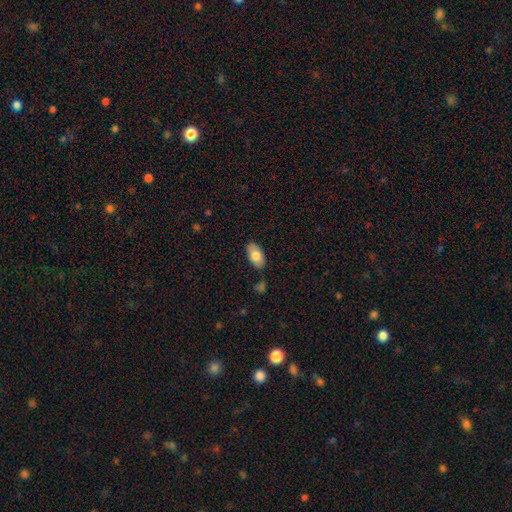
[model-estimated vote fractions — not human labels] Morphology: type=smooth (77%); roundness=in between (94%); merging=none (84%).